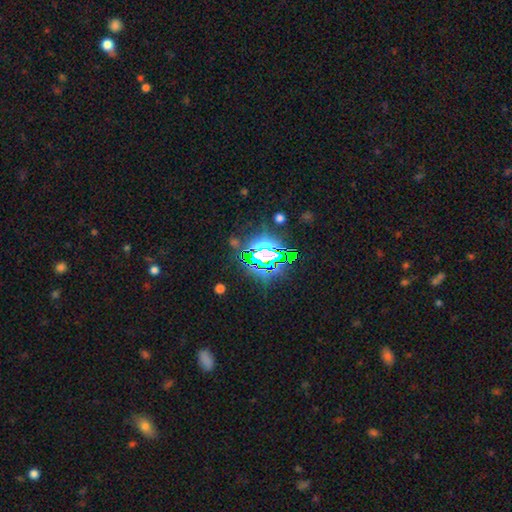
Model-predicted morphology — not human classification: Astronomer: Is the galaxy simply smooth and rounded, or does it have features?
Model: star or artifact — 82%.